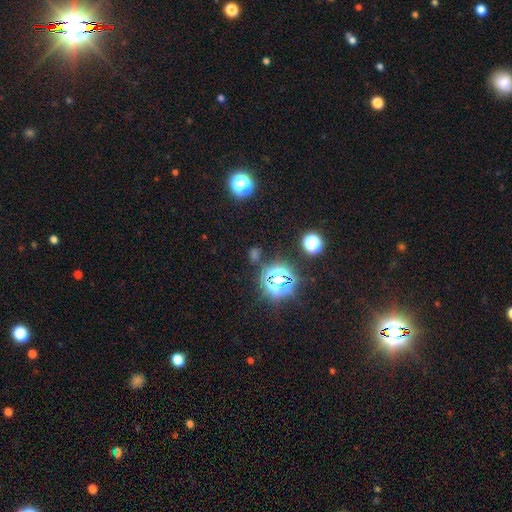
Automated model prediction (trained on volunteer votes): This appears to be a star or artifact, not a galaxy (70%).